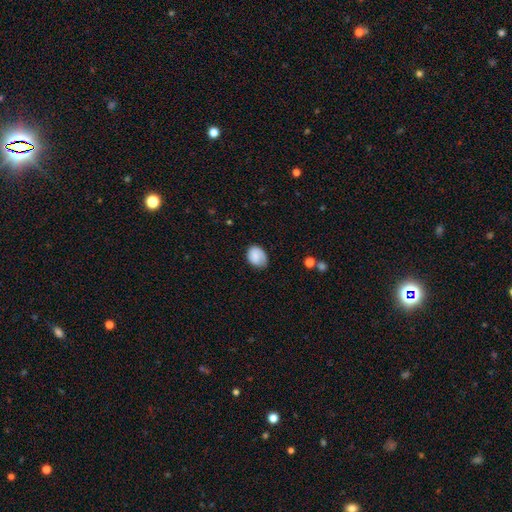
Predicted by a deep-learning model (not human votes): This appears to be a smooth galaxy with no disk features (74%) that is in between round and cigar-shaped (66%). Merging: none (66%).